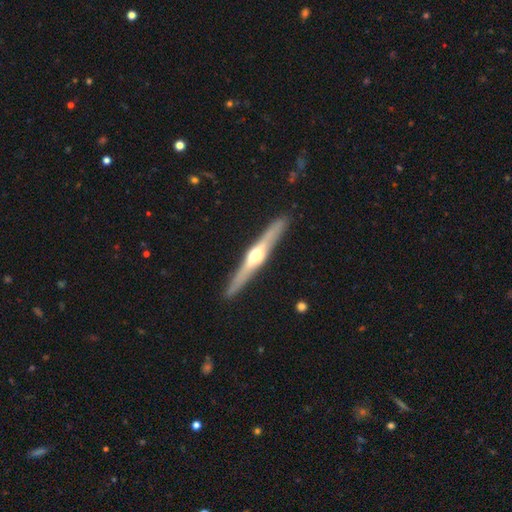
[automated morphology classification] Smooth or featured? featured or disk (75%)
Edge-on disk? yes (97%)
Edge-on bulge? rounded (93%)
Merging? none (91%)